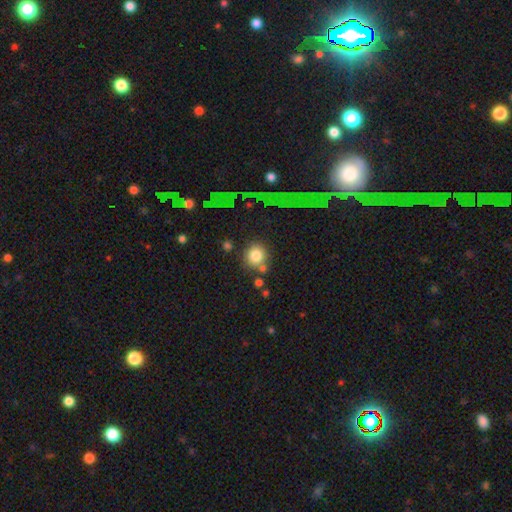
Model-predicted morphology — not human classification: Smooth or featured? smooth (81%)
How rounded? round (90%)
Merging? none (71%)